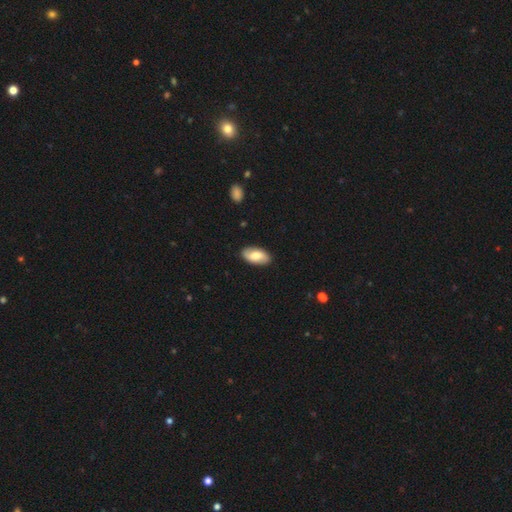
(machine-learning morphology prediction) Smooth or featured: smooth — 61% (featured or disk — 33%)
How rounded: in between — 94% (cigar-shaped — 3%)
Merging: none — 86% (minor disturbance — 10%)